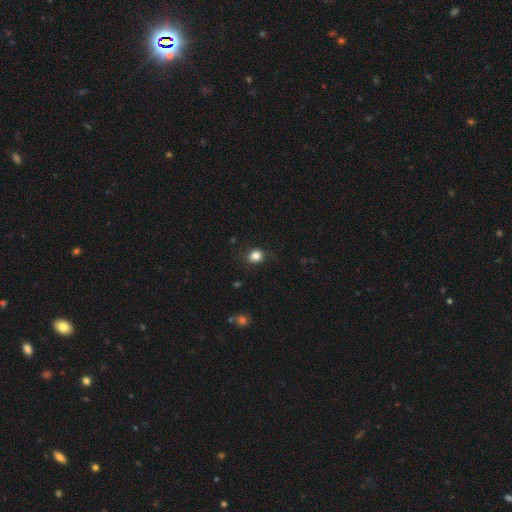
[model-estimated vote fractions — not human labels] smooth_or_featured: smooth (p=0.83) [alt: star or artifact p=0.11]
how_rounded: round (p=0.70) [alt: in between p=0.29]
merging: none (p=0.82) [alt: minor disturbance p=0.13]